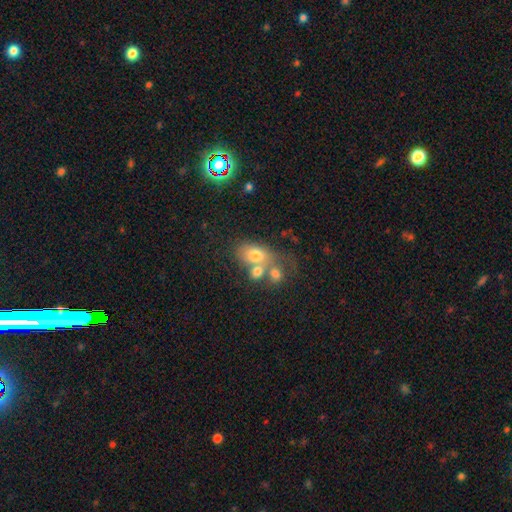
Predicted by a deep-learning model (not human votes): smooth-or-featured: smooth: 68% | featured or disk: 21% | star or artifact: 11%
  how-rounded: in between: 78% | round: 21% | cigar-shaped: 2%
  merging: merger: 46% | none: 32% | minor disturbance: 13% | major disturbance: 9%